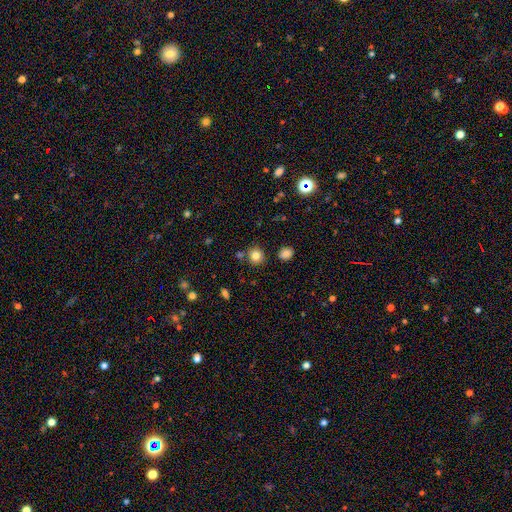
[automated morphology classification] smooth 82%, star or artifact 12%, featured or disk 6%. Down the decision tree: how rounded — round (89%); merging — none (81%).